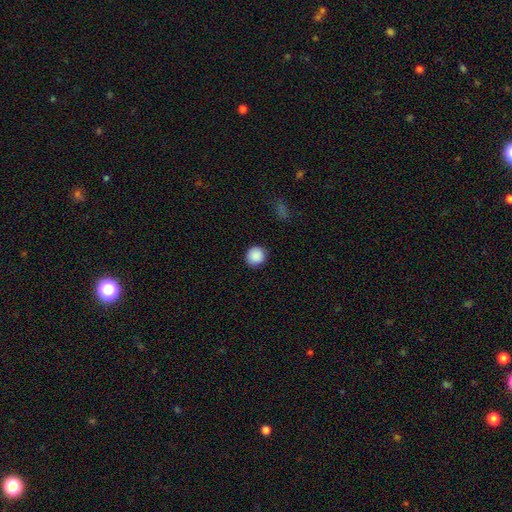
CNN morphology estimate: Smooth or featured?
  - smooth: 89% *
  - star or artifact: 8%
  - featured or disk: 2%
How rounded?
  - round: 92% *
  - in between: 7%
  - cigar-shaped: 1%
Merging?
  - none: 90% *
  - minor disturbance: 6%
  - major disturbance: 2%
  - merger: 1%